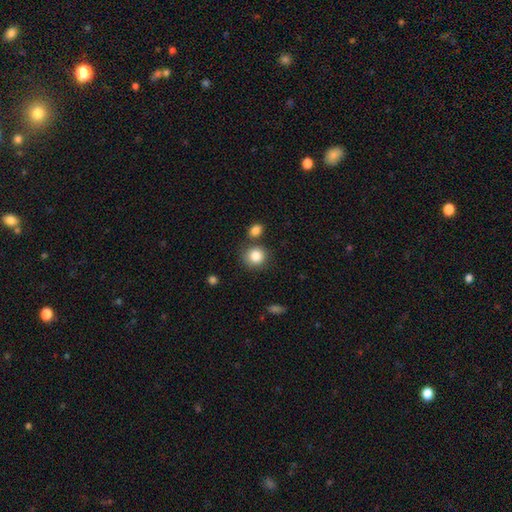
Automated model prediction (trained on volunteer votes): This appears to be a smooth galaxy with no disk features (85%) that is round (86%). Merging: none (73%).